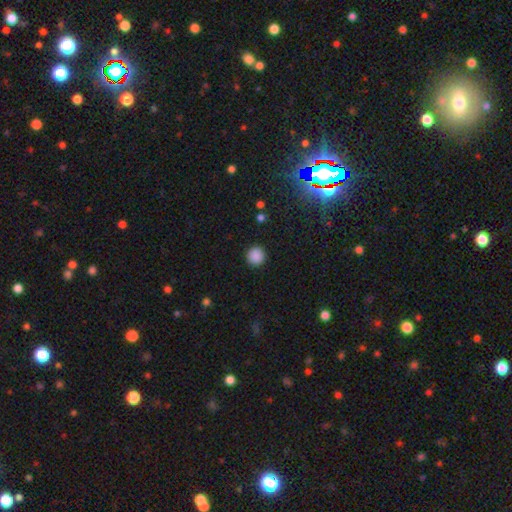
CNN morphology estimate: The model was most divided on "smooth or featured": smooth: 88%, star or artifact: 10%, featured or disk: 3%. More confident: how rounded — round (94%); merging — none (92%).